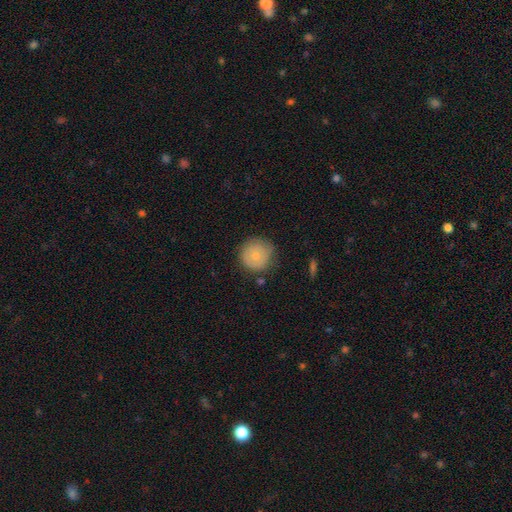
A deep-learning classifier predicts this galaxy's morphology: Smooth or featured: smooth — 71% (featured or disk — 21%)
How rounded: round — 94% (in between — 5%)
Merging: none — 75% (minor disturbance — 18%)